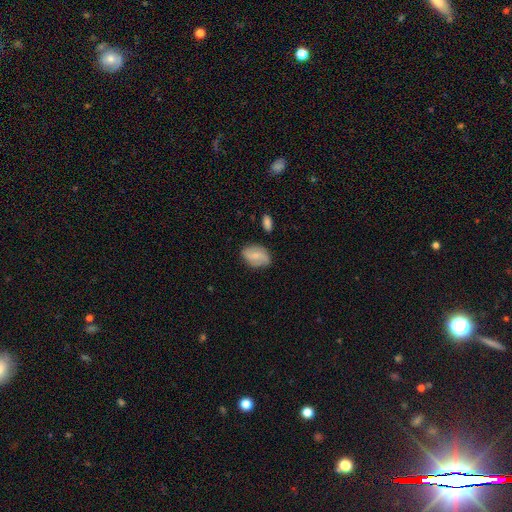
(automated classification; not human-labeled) smooth_or_featured: smooth (p=0.48) [alt: featured or disk p=0.44]
merging: none (p=0.74) [alt: minor disturbance p=0.19]